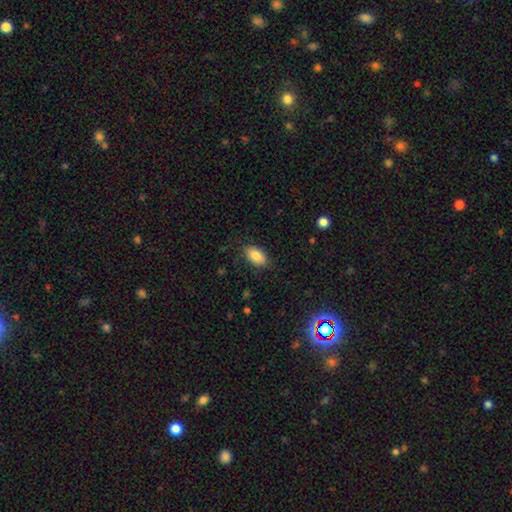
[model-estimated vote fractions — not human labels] Q: Smooth or featured?
A: smooth (85%); runner-up: star or artifact (8%)
Q: How rounded?
A: in between (92%); runner-up: round (6%)
Q: Merging?
A: none (85%); runner-up: minor disturbance (12%)